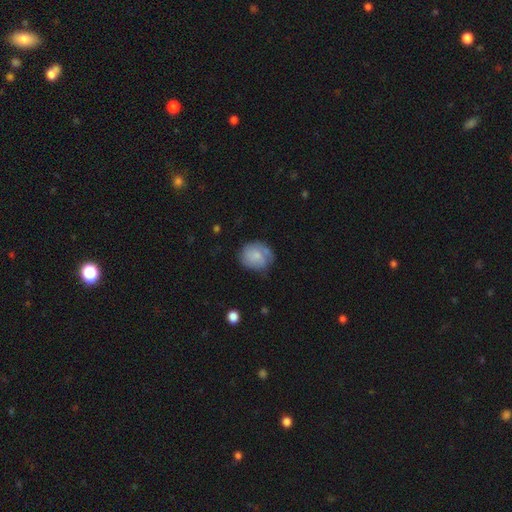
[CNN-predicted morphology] smooth 55%, featured or disk 38%, star or artifact 7%. Down the decision tree: how rounded — round (70%); merging — none (56%).